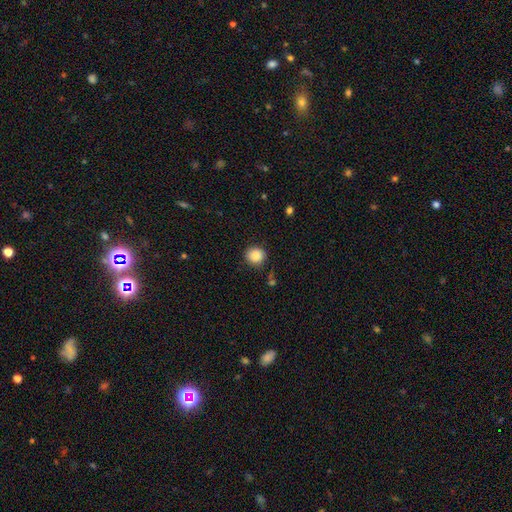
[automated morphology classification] The model was most divided on "how rounded": round: 86%, in between: 13%, cigar-shaped: 1%. More confident: smooth or featured — smooth (87%); merging — none (85%).